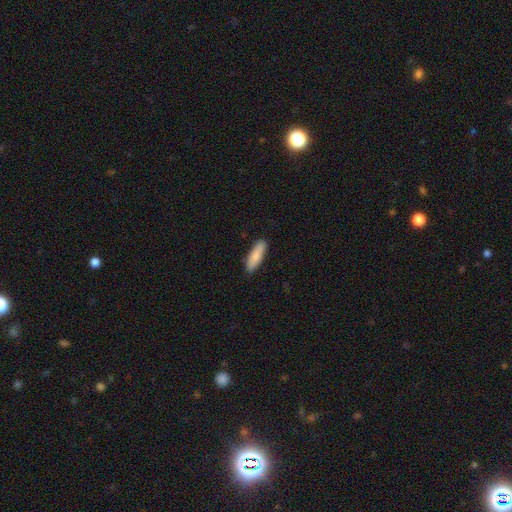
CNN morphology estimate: A smooth galaxy with no disk features (85%) that is cigar-shaped (56%).

Vote fractions:
- Smooth or featured? smooth: 85% / featured or disk: 9% / star or artifact: 5%
- How rounded? cigar-shaped: 56% / in between: 43% / round: 2%
- Merging? none: 89% / minor disturbance: 9% / major disturbance: 2% / merger: 1%